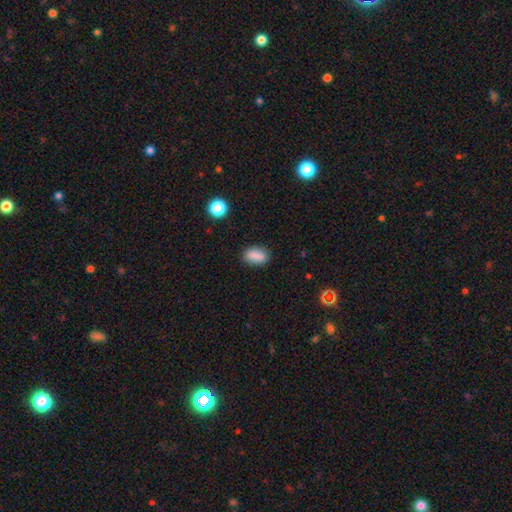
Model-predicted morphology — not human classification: Smooth or featured?
  - smooth: 86% *
  - star or artifact: 9%
  - featured or disk: 5%
How rounded?
  - in between: 85% *
  - round: 11%
  - cigar-shaped: 5%
Merging?
  - none: 84% *
  - minor disturbance: 11%
  - major disturbance: 3%
  - merger: 2%